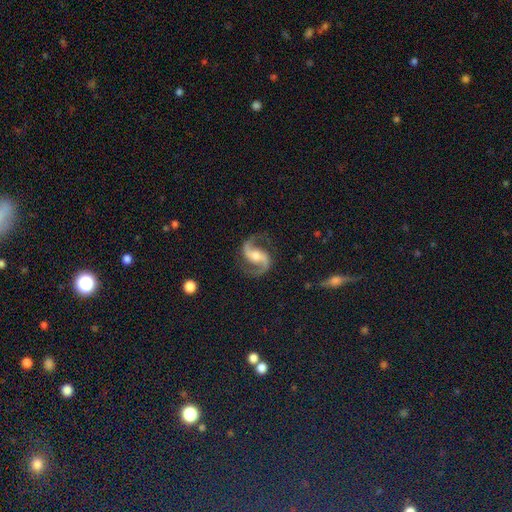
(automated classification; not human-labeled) This is clearly a featured or disk galaxy (93%). It is clearly not viewed edge-on (98%). Bar: marginally no (39%). Spiral arm pattern: clearly yes (98%). Spiral arm count: clearly 2 (95%). Spiral winding: possibly medium (51%). Central bulge: possibly moderate (57%). Merging: clearly none (83%).